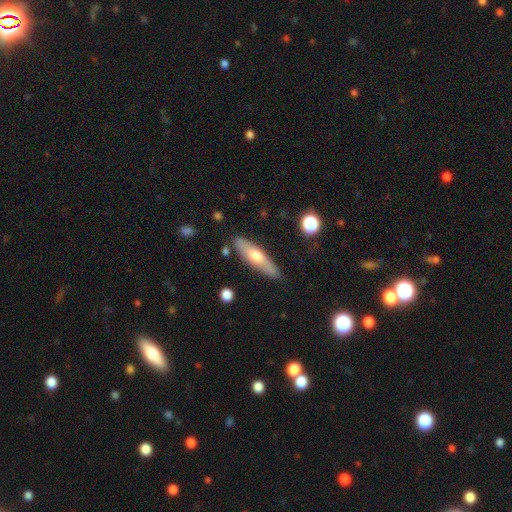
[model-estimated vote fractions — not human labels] smooth 52%, featured or disk 42%, star or artifact 6%. Down the decision tree: how rounded — cigar-shaped (67%); merging — none (81%).